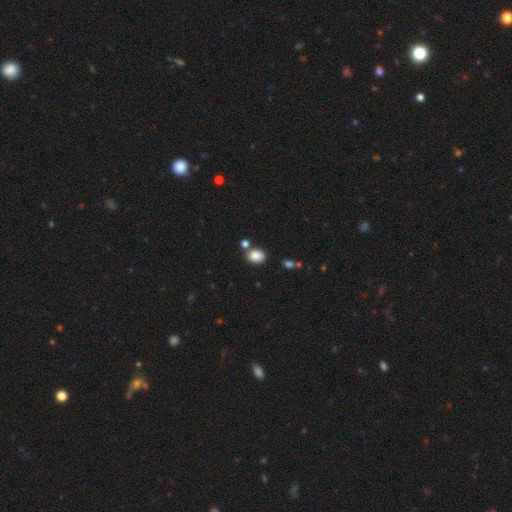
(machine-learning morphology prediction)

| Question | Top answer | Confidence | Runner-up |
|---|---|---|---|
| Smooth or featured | smooth | 86% | star or artifact (10%) |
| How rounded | in between | 61% | round (38%) |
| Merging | none | 74% | merger (12%) |